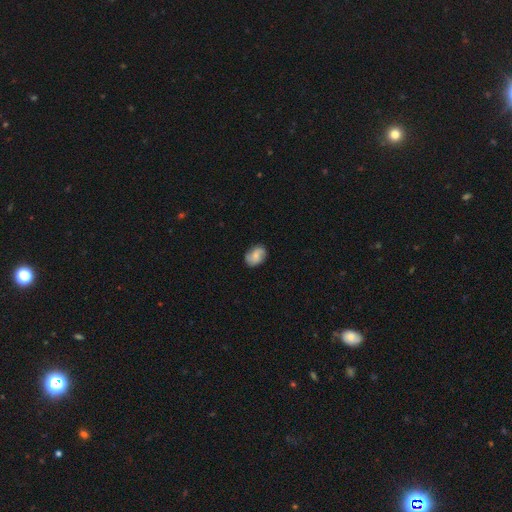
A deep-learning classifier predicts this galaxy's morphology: Smooth or featured?
  - smooth: 56% *
  - featured or disk: 36%
  - star or artifact: 8%
How rounded?
  - in between: 72% *
  - round: 27%
  - cigar-shaped: 1%
Merging?
  - none: 79% *
  - minor disturbance: 16%
  - major disturbance: 4%
  - merger: 1%